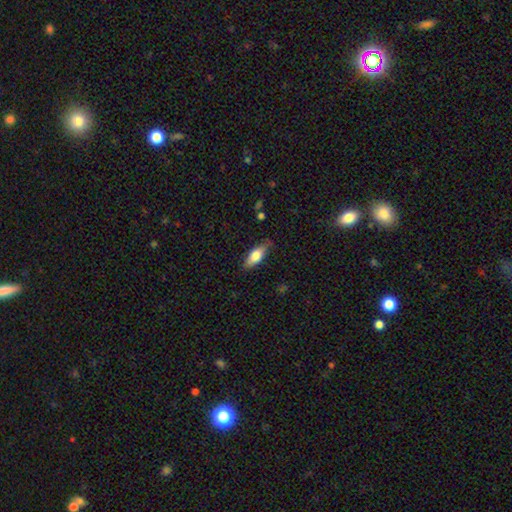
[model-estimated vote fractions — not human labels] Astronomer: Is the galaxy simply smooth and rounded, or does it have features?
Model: smooth — 69%.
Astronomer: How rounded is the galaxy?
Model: in between — 73%.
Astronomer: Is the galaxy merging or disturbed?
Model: none — 79%.